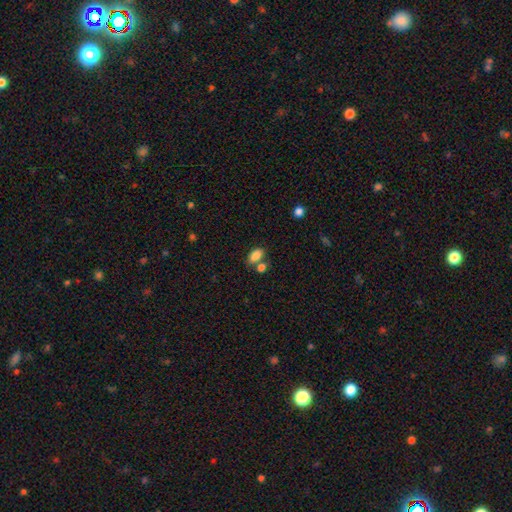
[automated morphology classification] Q: Smooth or featured?
A: smooth (85%); runner-up: star or artifact (9%)
Q: How rounded?
A: in between (91%); runner-up: round (7%)
Q: Merging?
A: none (58%); runner-up: merger (26%)